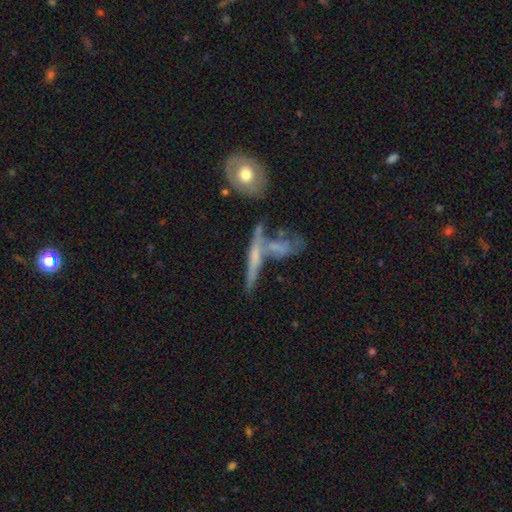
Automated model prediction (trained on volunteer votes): Q: Smooth or featured?
A: featured or disk (56%); runner-up: smooth (33%)
Q: Edge-on disk?
A: yes (66%); runner-up: no (34%)
Q: Merging?
A: none (39%); runner-up: merger (34%)